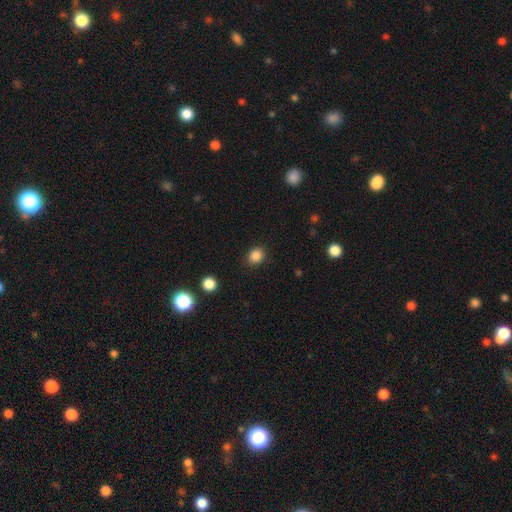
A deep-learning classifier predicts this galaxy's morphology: A smooth galaxy with no disk features (85%) that is round (68%). Merging: none (88%).